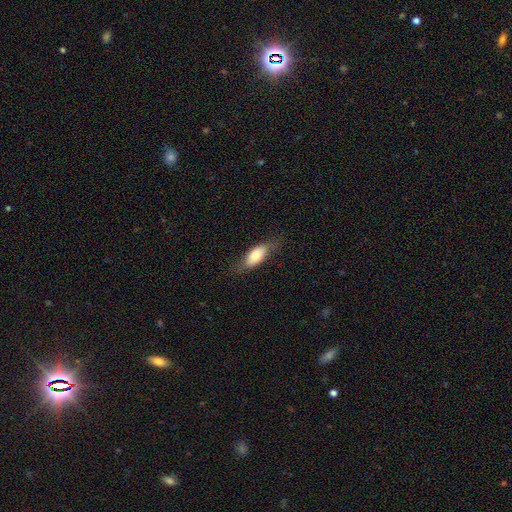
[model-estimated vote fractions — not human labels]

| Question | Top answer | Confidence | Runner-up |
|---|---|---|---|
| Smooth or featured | smooth | 70% | featured or disk (23%) |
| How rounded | in between | 80% | cigar-shaped (17%) |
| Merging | none | 72% | minor disturbance (20%) |